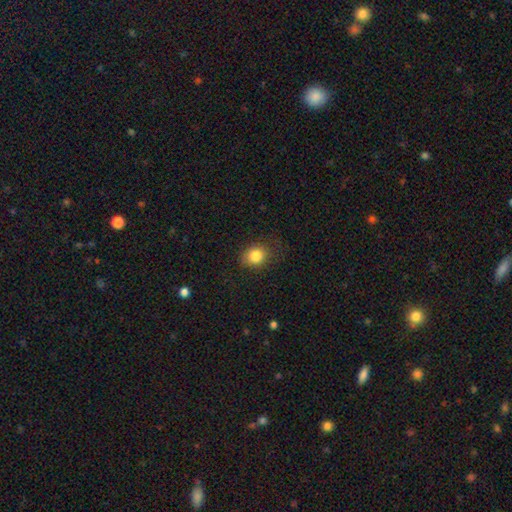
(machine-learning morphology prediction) smooth-or-featured: smooth: 83% | star or artifact: 10% | featured or disk: 7%
  how-rounded: round: 61% | in between: 38% | cigar-shaped: 1%
  merging: none: 76% | minor disturbance: 17% | major disturbance: 6% | merger: 1%